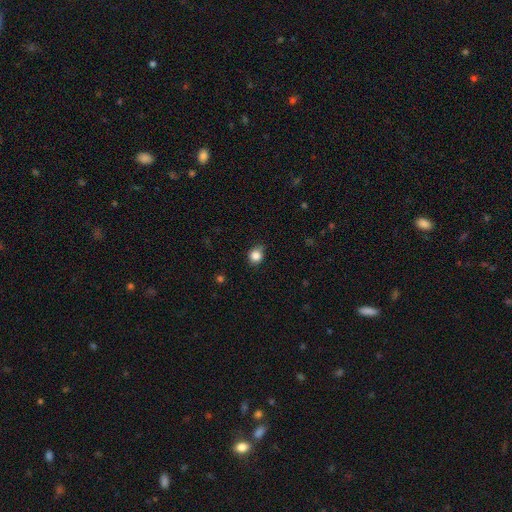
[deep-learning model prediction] Smooth or featured? smooth (84%)
How rounded? round (68%)
Merging? none (69%)